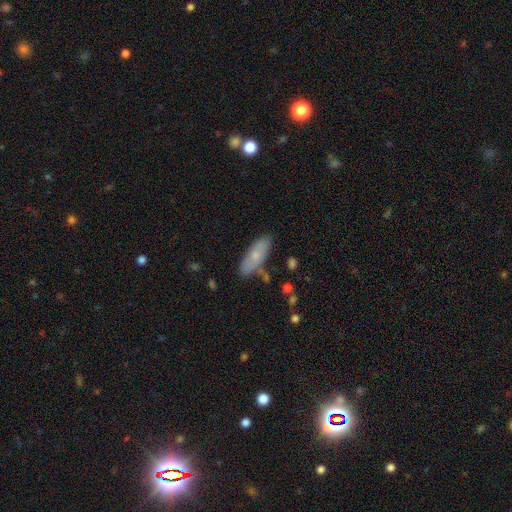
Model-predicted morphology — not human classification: smooth-or-featured: smooth: 68% | featured or disk: 25% | star or artifact: 6%
  how-rounded: in between: 67% | cigar-shaped: 31% | round: 2%
  merging: none: 75% | minor disturbance: 17% | merger: 5% | major disturbance: 3%